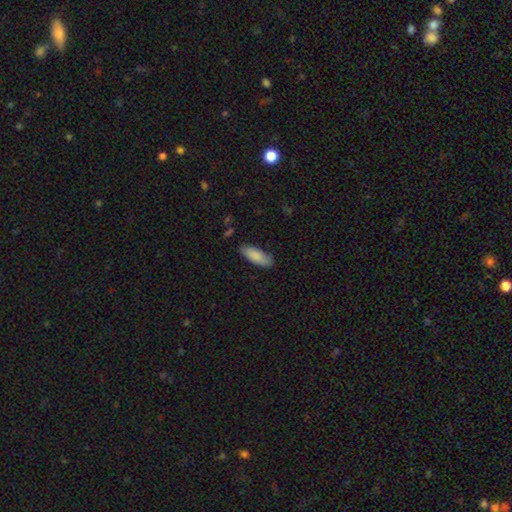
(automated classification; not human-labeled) Smooth or featured: smooth — 87% (featured or disk — 7%)
How rounded: in between — 73% (cigar-shaped — 25%)
Merging: none — 83% (minor disturbance — 13%)